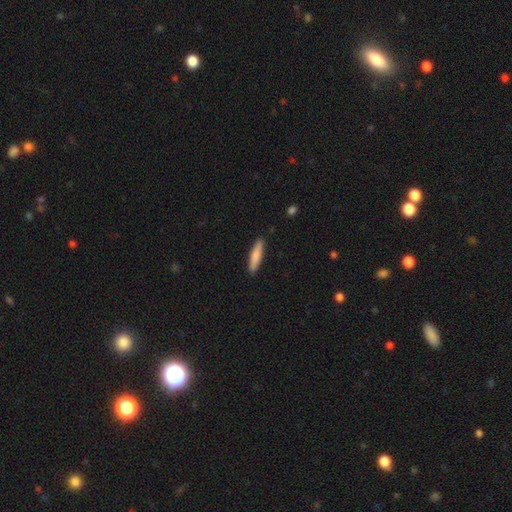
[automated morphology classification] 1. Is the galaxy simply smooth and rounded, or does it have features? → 81% smooth, 13% featured or disk, 5% star or artifact.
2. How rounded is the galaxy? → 82% cigar-shaped, 17% in between, 1% round.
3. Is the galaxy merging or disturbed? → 89% none, 8% minor disturbance, 2% major disturbance, 1% merger.